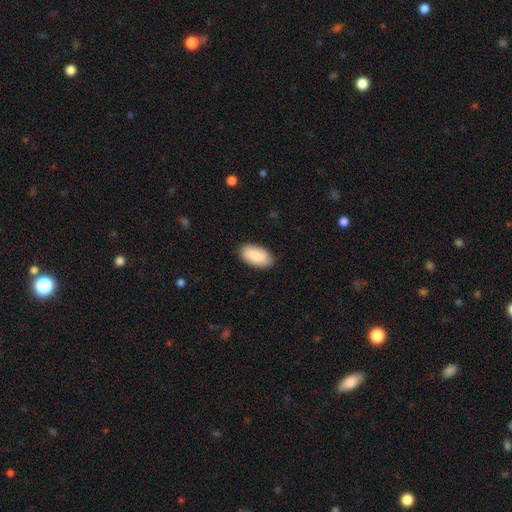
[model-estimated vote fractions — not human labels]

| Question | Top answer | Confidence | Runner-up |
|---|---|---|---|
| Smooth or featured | smooth | 90% | star or artifact (6%) |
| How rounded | in between | 96% | cigar-shaped (2%) |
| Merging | none | 87% | minor disturbance (10%) |